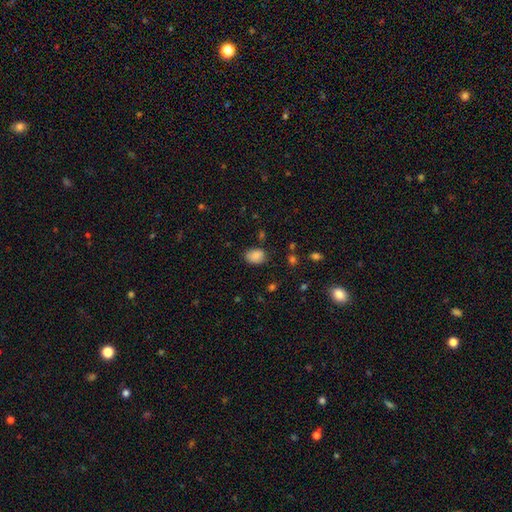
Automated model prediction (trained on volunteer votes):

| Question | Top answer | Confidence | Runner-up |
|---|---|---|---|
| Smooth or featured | smooth | 84% | star or artifact (9%) |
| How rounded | in between | 69% | round (30%) |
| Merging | none | 76% | minor disturbance (17%) |